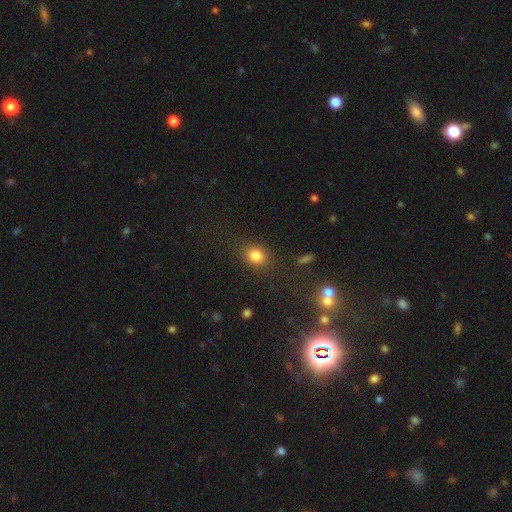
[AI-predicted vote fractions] Q: Smooth or featured?
A: smooth (81%); runner-up: star or artifact (13%)
Q: How rounded?
A: round (56%); runner-up: in between (43%)
Q: Merging?
A: none (81%); runner-up: minor disturbance (12%)